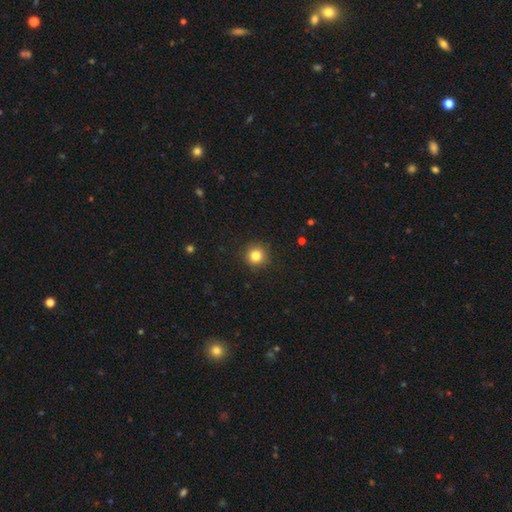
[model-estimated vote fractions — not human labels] A smooth galaxy with no disk features (83%) that is round (94%).

Vote fractions:
- Smooth or featured? smooth: 83% / star or artifact: 11% / featured or disk: 5%
- How rounded? round: 94% / in between: 5% / cigar-shaped: 1%
- Merging? none: 89% / minor disturbance: 7% / major disturbance: 2% / merger: 1%